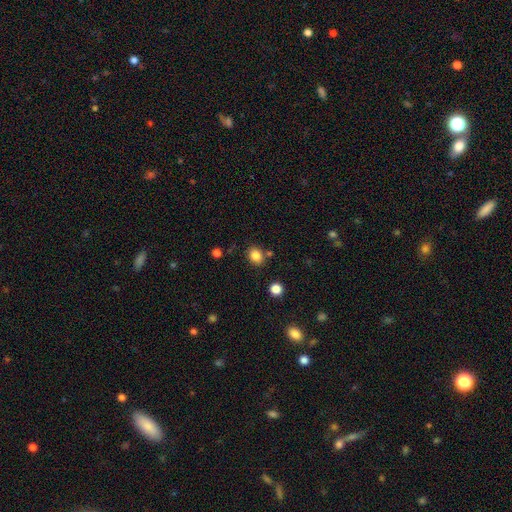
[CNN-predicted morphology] smooth_or_featured: smooth (p=0.84) [alt: star or artifact p=0.11]
how_rounded: round (p=0.55) [alt: in between p=0.45]
merging: none (p=0.79) [alt: minor disturbance p=0.11]